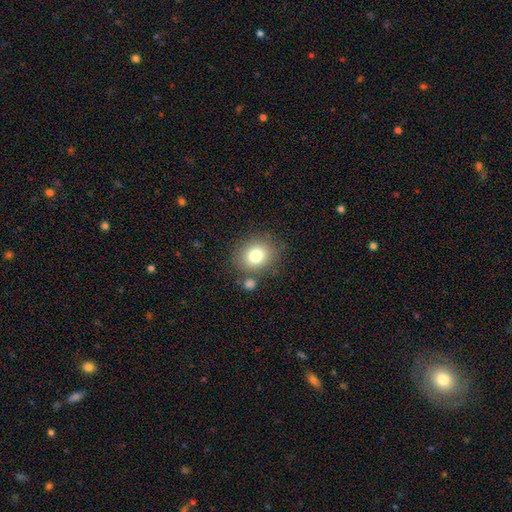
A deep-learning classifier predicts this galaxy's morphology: A smooth galaxy with no disk features (79%) that is round (62%). Merging: none (75%).